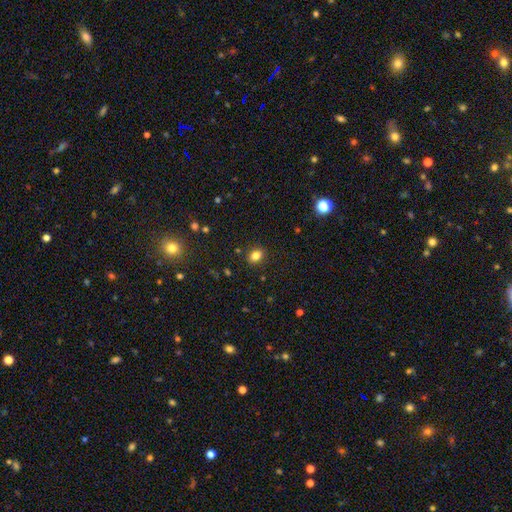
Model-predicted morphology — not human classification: smooth_or_featured: smooth (p=0.81) [alt: star or artifact p=0.12]
how_rounded: in between (p=0.53) [alt: round p=0.46]
merging: none (p=0.87) [alt: minor disturbance p=0.09]